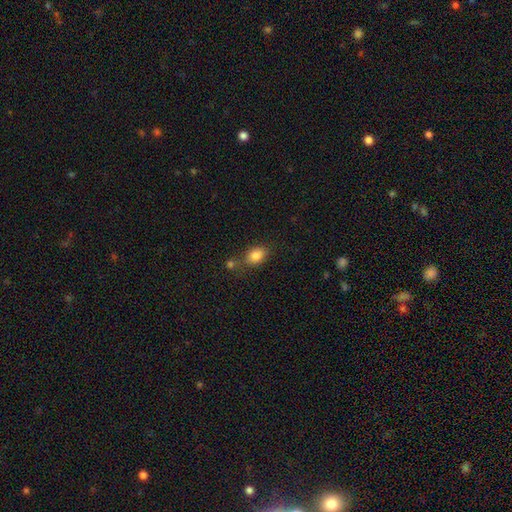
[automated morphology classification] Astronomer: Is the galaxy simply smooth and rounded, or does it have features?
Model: smooth — 83%.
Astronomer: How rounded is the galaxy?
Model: in between — 70%.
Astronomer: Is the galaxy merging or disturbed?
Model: none — 62%.